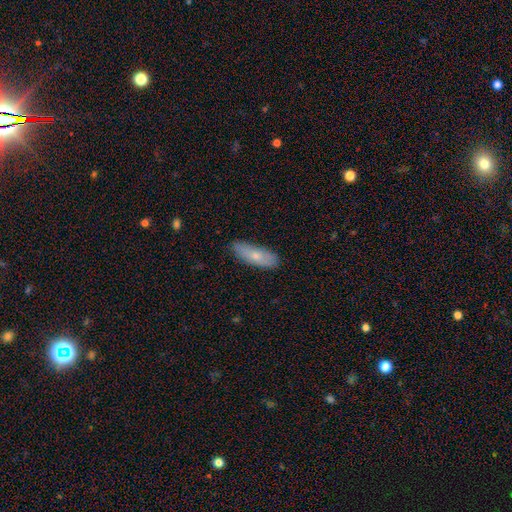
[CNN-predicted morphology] Smooth or featured? smooth (68%)
How rounded? in between (58%)
Merging? none (84%)